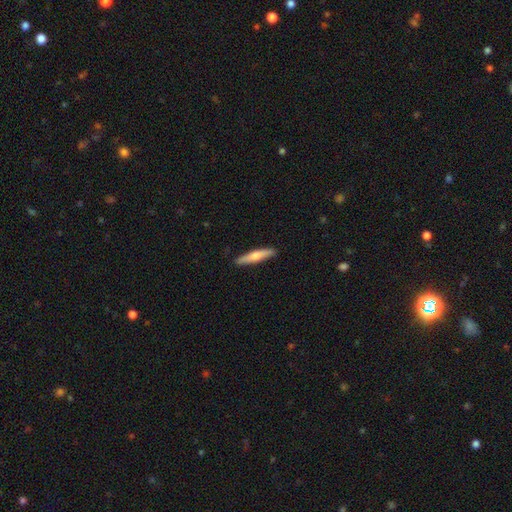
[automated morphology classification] A smooth galaxy with no disk features (64%) that is cigar-shaped (88%).

Vote fractions:
- Smooth or featured? smooth: 64% / featured or disk: 31% / star or artifact: 5%
- How rounded? cigar-shaped: 88% / in between: 11% / round: 1%
- Merging? none: 90% / minor disturbance: 8% / major disturbance: 1% / merger: 1%